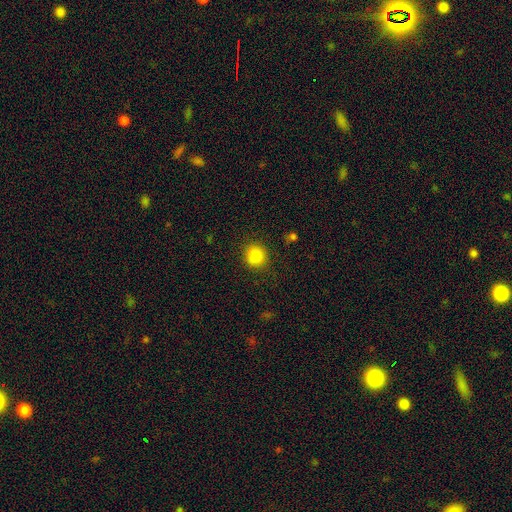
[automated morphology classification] A smooth galaxy with no disk features (85%) that is round (87%). Merging: none (89%).